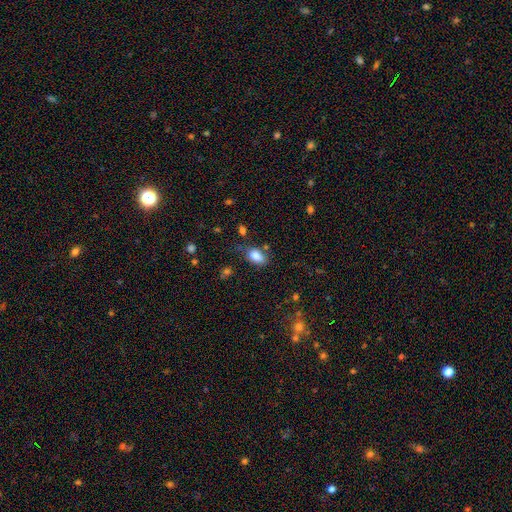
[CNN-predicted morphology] Smooth or featured? smooth (84%)
How rounded? in between (89%)
Merging? none (67%)